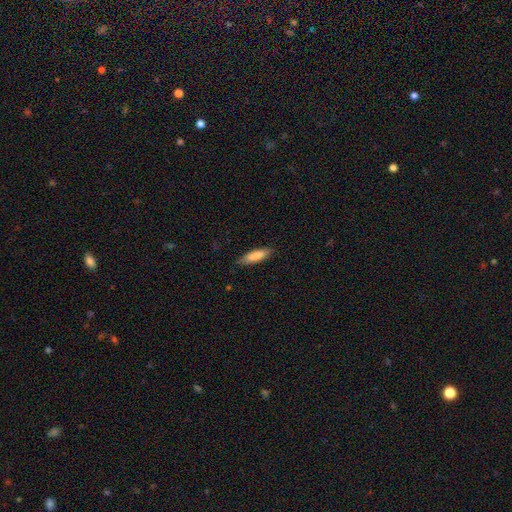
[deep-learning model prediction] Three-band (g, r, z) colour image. It shows a smooth galaxy with no disk features (84%) that is cigar-shaped (61%). Merging: none (81%).